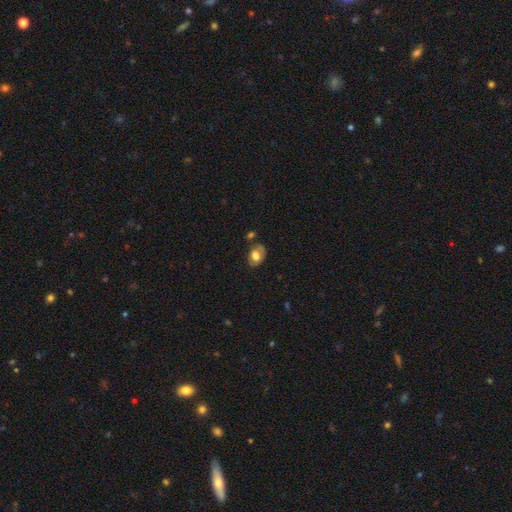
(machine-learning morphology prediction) smooth 70%, featured or disk 21%, star or artifact 9%. Down the decision tree: how rounded — in between (77%); merging — none (58%).